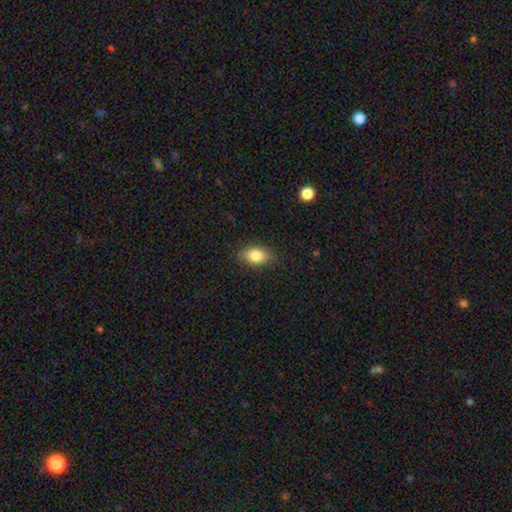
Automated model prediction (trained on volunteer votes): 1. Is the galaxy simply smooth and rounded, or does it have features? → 83% smooth, 9% featured or disk, 8% star or artifact.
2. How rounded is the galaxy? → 84% in between, 14% round, 2% cigar-shaped.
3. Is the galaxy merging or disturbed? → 85% none, 12% minor disturbance, 3% major disturbance, 1% merger.